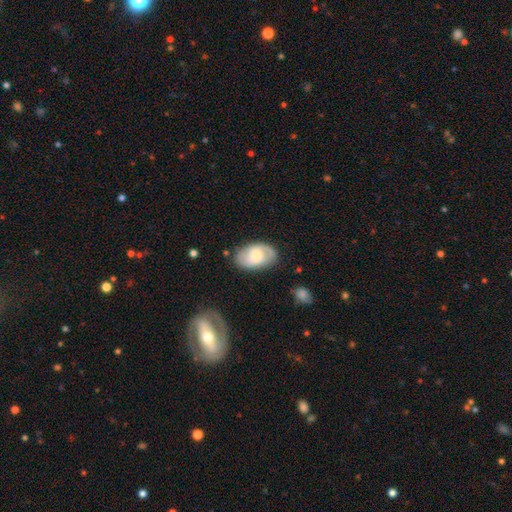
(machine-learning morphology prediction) The model was most divided on "smooth or featured": featured or disk: 51%, smooth: 43%, star or artifact: 6%. More confident: edge-on disk — no (94%); merging — none (74%).